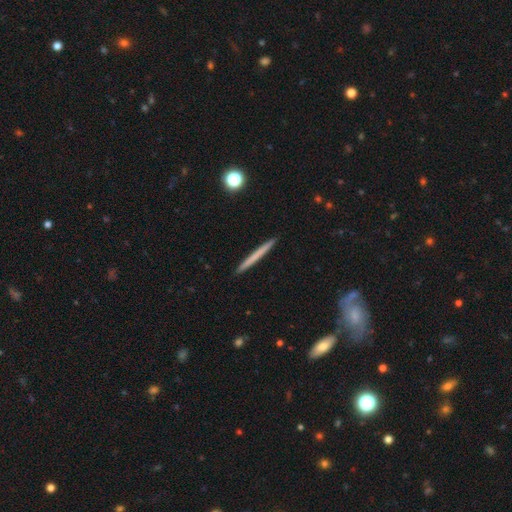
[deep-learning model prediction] Smooth or featured: smooth — 58% (featured or disk — 36%)
How rounded: cigar-shaped — 97% (in between — 2%)
Merging: none — 93% (minor disturbance — 5%)